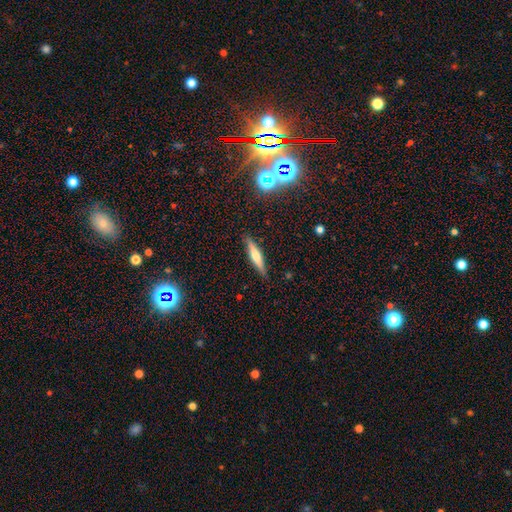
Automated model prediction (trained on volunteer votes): Smooth or featured? featured or disk (50%)
Merging? none (89%)